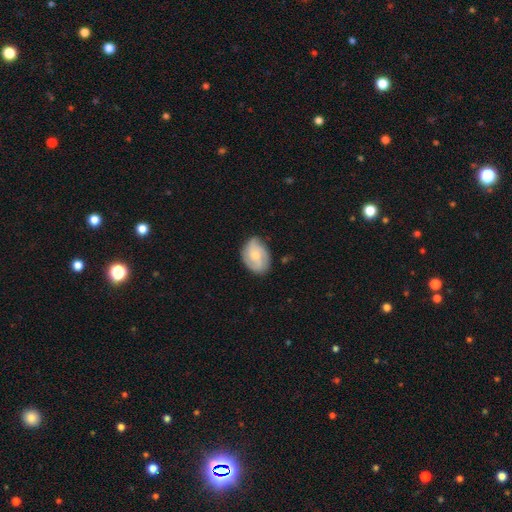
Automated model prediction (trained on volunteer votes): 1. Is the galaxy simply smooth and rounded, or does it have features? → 59% featured or disk, 35% smooth, 6% star or artifact.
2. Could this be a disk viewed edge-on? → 97% no, 3% yes.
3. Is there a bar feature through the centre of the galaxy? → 65% no, 30% weak, 5% strong.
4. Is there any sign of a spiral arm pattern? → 89% yes, 11% no.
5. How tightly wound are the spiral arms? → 44% medium, 34% tight, 21% loose.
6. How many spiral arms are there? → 37% 3, 31% 2, 19% can't tell, 6% 4, 4% 1, 3% more than 4.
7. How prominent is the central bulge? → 48% moderate, 44% small, 3% none, 3% large, 1% dominant.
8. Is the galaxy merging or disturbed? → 72% none, 22% minor disturbance, 5% major disturbance, 1% merger.